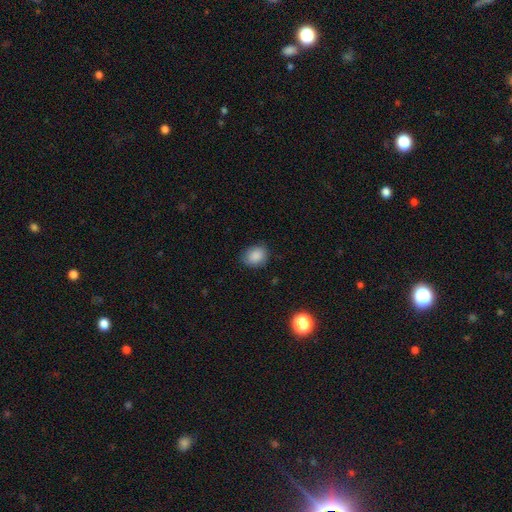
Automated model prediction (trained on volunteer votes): Smooth or featured?
  - smooth: 87% *
  - star or artifact: 8%
  - featured or disk: 4%
How rounded?
  - in between: 51% *
  - round: 48%
  - cigar-shaped: 1%
Merging?
  - none: 83% *
  - minor disturbance: 13%
  - major disturbance: 3%
  - merger: 1%